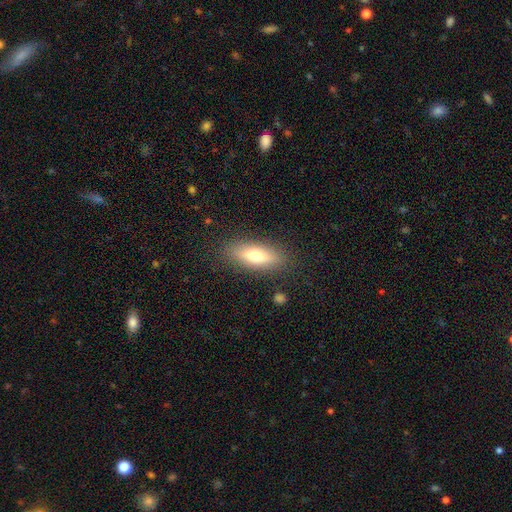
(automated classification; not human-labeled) Smooth or featured? Predicted: smooth (p=0.69). How rounded? Predicted: in between (p=0.61). Merging? Predicted: none (p=0.85).